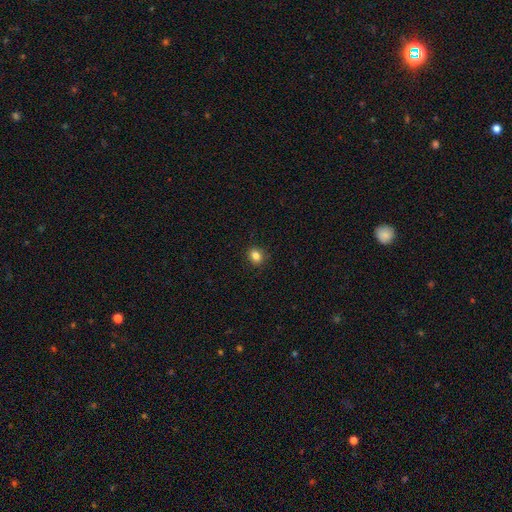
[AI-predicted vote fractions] Morphology: type=smooth (83%); roundness=round (64%); merging=none (89%).